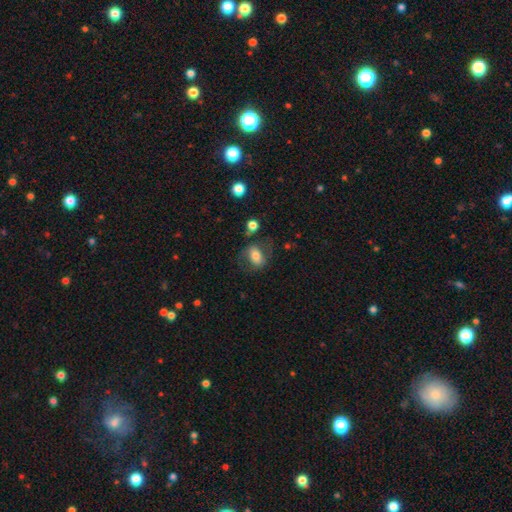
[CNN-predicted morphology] Smooth or featured? Predicted: smooth (p=0.65). How rounded? Predicted: in between (p=0.76). Merging? Predicted: none (p=0.59).